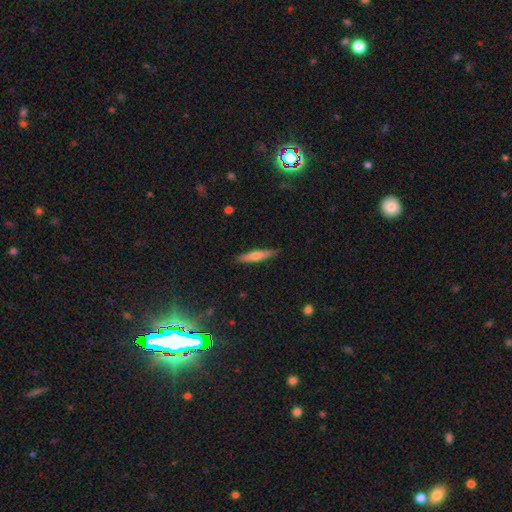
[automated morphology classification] Smooth or featured? Predicted: smooth (p=0.49). Merging? Predicted: none (p=0.89).